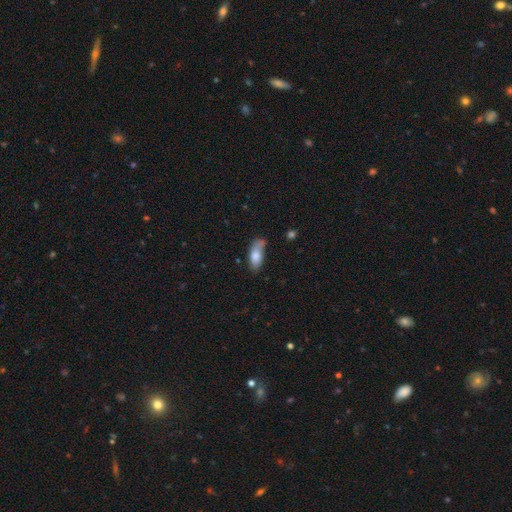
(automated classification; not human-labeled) Smooth or featured?
  - smooth: 76% *
  - featured or disk: 17%
  - star or artifact: 7%
How rounded?
  - in between: 82% *
  - cigar-shaped: 15%
  - round: 3%
Merging?
  - none: 44% *
  - minor disturbance: 32%
  - major disturbance: 13%
  - merger: 10%